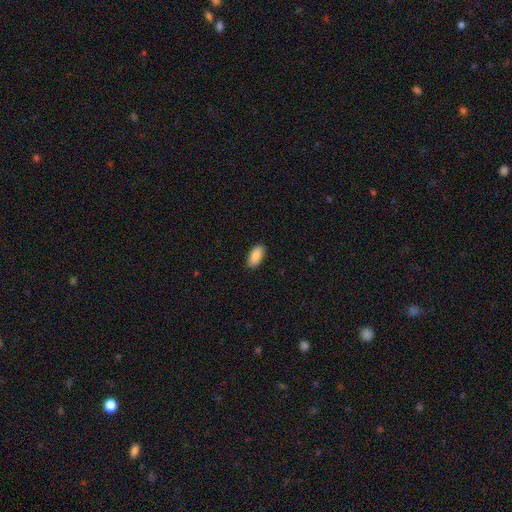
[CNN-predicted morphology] A smooth galaxy with no disk features (89%) that is in between round and cigar-shaped (93%).

Vote fractions:
- Smooth or featured? smooth: 89% / star or artifact: 6% / featured or disk: 5%
- How rounded? in between: 93% / cigar-shaped: 5% / round: 2%
- Merging? none: 89% / minor disturbance: 8% / major disturbance: 2% / merger: 1%